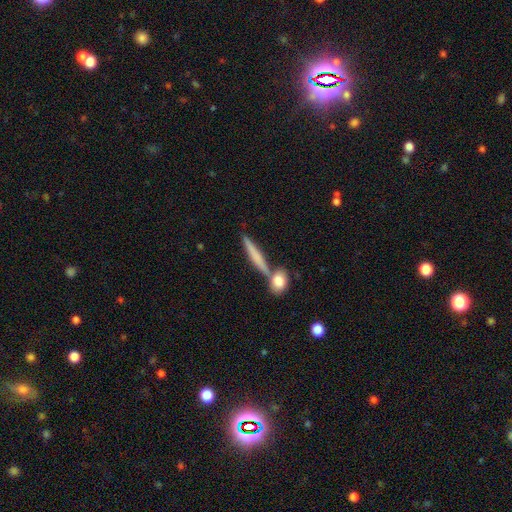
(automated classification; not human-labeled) Q: Smooth or featured?
A: smooth (59%); runner-up: featured or disk (34%)
Q: How rounded?
A: cigar-shaped (85%); runner-up: in between (10%)
Q: Merging?
A: none (66%); runner-up: merger (20%)